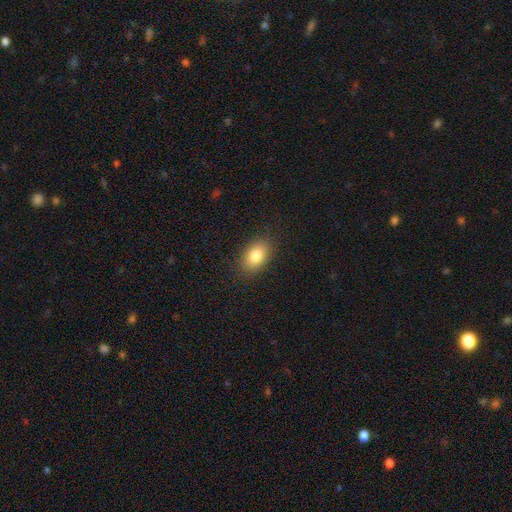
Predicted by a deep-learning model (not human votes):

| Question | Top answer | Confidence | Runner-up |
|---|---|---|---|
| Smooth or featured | smooth | 82% | featured or disk (10%) |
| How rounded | in between | 87% | round (12%) |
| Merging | none | 87% | minor disturbance (10%) |